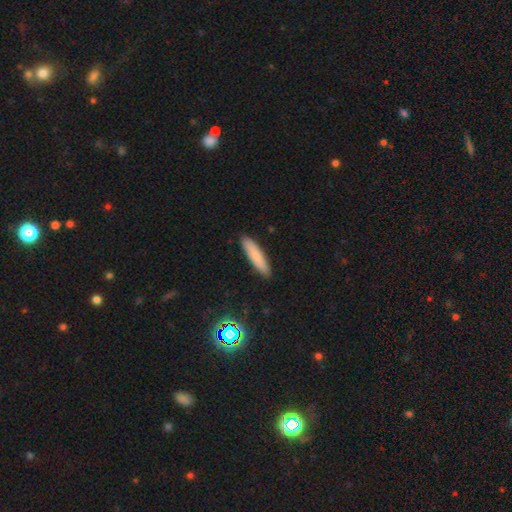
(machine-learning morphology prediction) This appears to be a smooth galaxy with no disk features (81%) that is cigar-shaped (82%). Merging: none (90%).